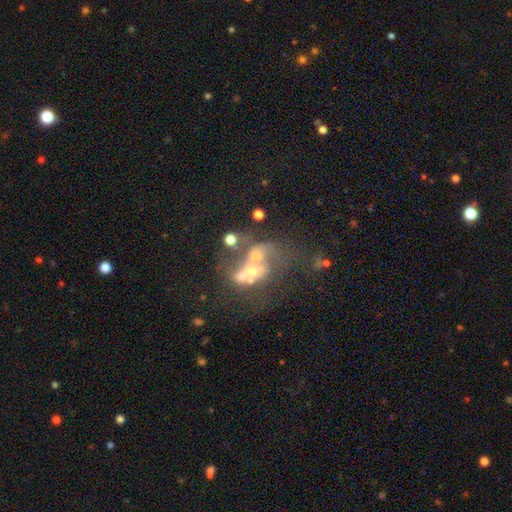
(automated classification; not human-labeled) Morphology: type=featured or disk (51%); edge-on=no (94%); merging=merger (60%).